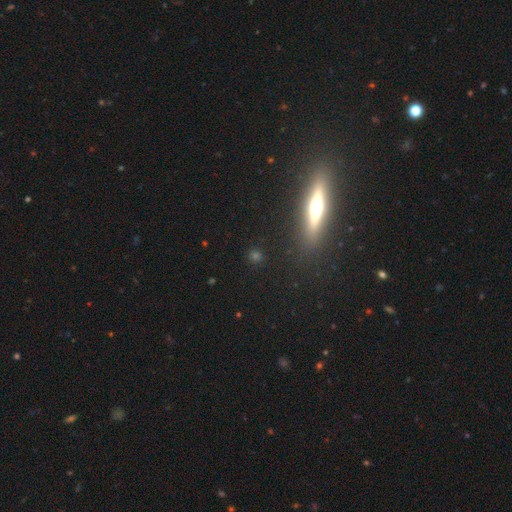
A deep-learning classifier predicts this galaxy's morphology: A smooth galaxy with no disk features (44%).

Vote fractions:
- Smooth or featured? smooth: 44% / featured or disk: 33% / star or artifact: 23%
- Merging? none: 86% / minor disturbance: 8% / major disturbance: 3% / merger: 2%